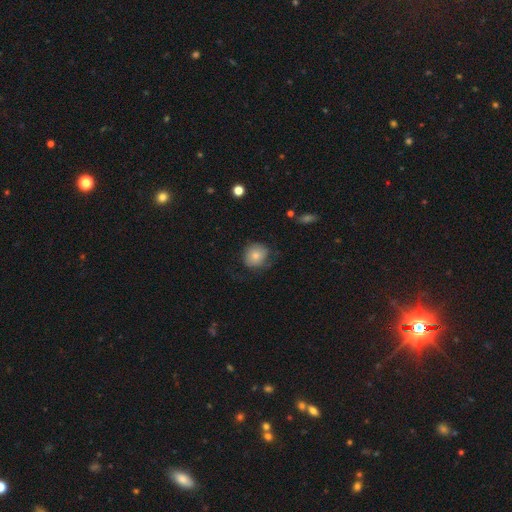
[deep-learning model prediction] Overall: smooth (72%). How rounded: round (79%). Merging: none (59%; minor disturbance 25%).